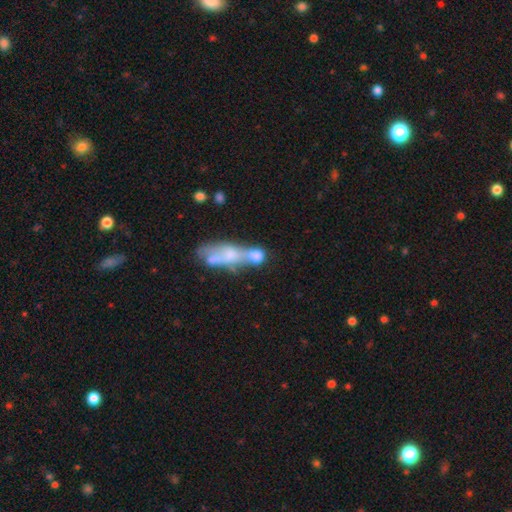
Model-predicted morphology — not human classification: Overall: smooth (57%; featured or disk 32%). How rounded: in between (50%; round 27%). Merging: merger (60%).